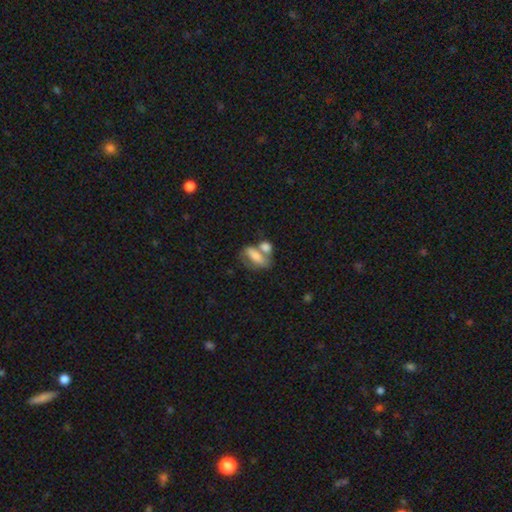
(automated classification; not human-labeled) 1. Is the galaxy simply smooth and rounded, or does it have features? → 66% smooth, 26% featured or disk, 8% star or artifact.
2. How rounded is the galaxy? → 84% in between, 8% cigar-shaped, 8% round.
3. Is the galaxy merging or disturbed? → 51% merger, 28% none, 12% minor disturbance, 9% major disturbance.